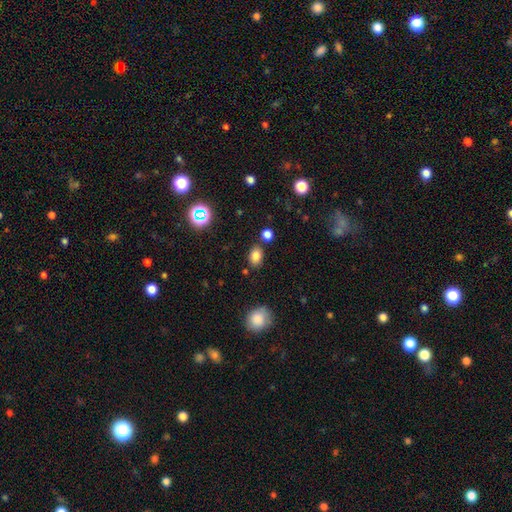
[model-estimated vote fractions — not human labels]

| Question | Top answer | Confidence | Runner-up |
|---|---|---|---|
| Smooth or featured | smooth | 81% | star or artifact (13%) |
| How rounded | in between | 76% | round (23%) |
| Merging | none | 78% | minor disturbance (12%) |